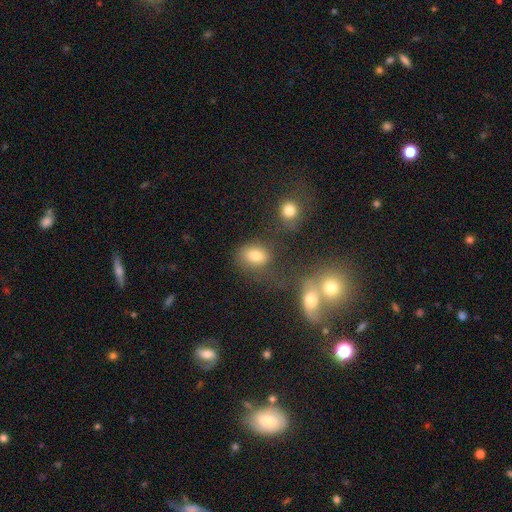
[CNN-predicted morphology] This appears to be a smooth galaxy with no disk features (78%) that is in between round and cigar-shaped (68%). Merging: none (62%).